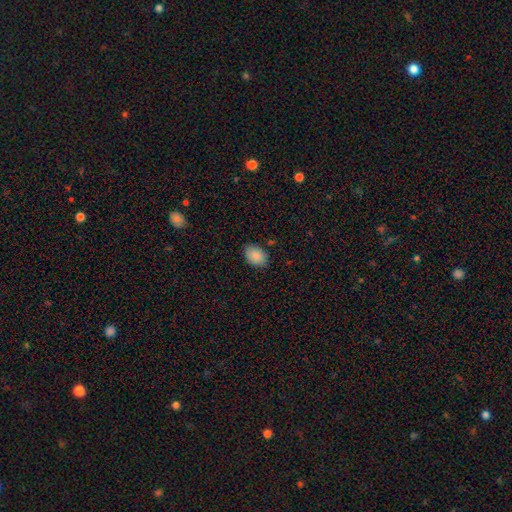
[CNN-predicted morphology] A smooth galaxy with no disk features (88%) that is in between round and cigar-shaped (84%).

Vote fractions:
- Smooth or featured? smooth: 88% / star or artifact: 7% / featured or disk: 5%
- How rounded? in between: 84% / round: 15% / cigar-shaped: 1%
- Merging? none: 82% / minor disturbance: 14% / major disturbance: 3% / merger: 1%